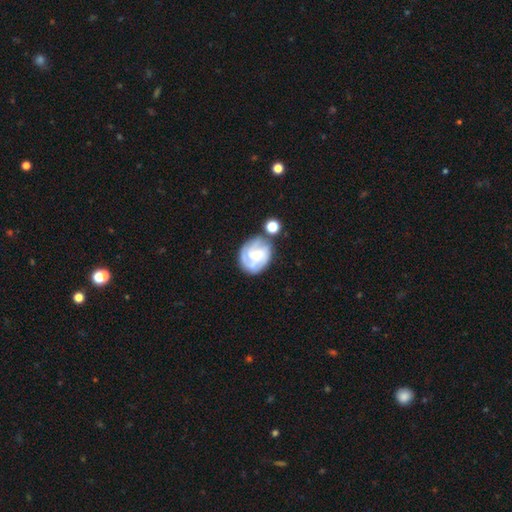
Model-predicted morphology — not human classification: Smooth or featured? Predicted: featured or disk (p=0.68). Edge-on disk? Predicted: no (p=0.98). Bar? Predicted: no (p=0.59). Spiral arms? Predicted: yes (p=0.84). Spiral winding? Predicted: tight (p=0.58). Spiral arm count? Predicted: can't tell (p=0.36). Bulge size? Predicted: none (p=0.34). Merging? Predicted: none (p=0.52).